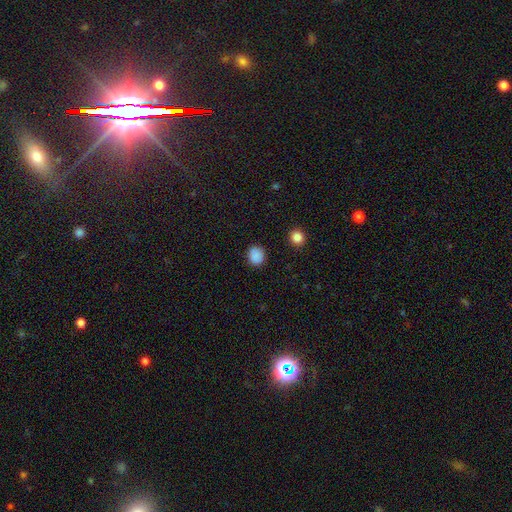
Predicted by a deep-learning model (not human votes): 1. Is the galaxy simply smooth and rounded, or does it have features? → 87% smooth, 10% star or artifact, 3% featured or disk.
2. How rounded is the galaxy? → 78% round, 21% in between, 1% cigar-shaped.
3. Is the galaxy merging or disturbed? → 87% none, 9% minor disturbance, 2% major disturbance, 1% merger.